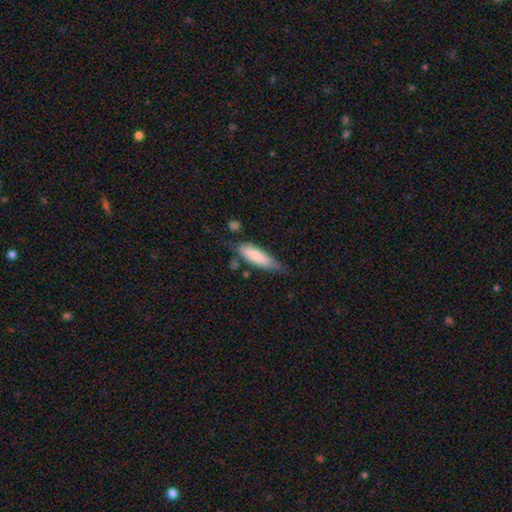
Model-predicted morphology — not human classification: A smooth galaxy with no disk features (78%) that is in between round and cigar-shaped (52%).

Vote fractions:
- Smooth or featured? smooth: 78% / featured or disk: 16% / star or artifact: 6%
- How rounded? in between: 52% / cigar-shaped: 47% / round: 2%
- Merging? none: 57% / minor disturbance: 29% / major disturbance: 9% / merger: 5%